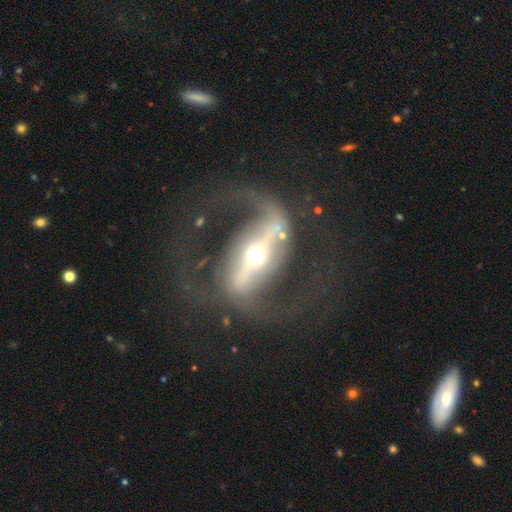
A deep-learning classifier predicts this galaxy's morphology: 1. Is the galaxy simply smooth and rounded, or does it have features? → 89% featured or disk, 6% smooth, 5% star or artifact.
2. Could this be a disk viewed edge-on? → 90% no, 10% yes.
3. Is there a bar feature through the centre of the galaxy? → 78% strong, 14% weak, 8% no.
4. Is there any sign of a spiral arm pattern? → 84% yes, 16% no.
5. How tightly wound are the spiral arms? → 48% loose, 40% medium, 12% tight.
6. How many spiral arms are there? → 89% 2, 5% 1, 3% can't tell, 1% 3, 1% 4, 1% more than 4.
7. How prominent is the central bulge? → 65% moderate, 23% small, 8% large, 2% dominant, 1% none.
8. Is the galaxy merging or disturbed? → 65% none, 20% major disturbance, 12% minor disturbance, 3% merger.